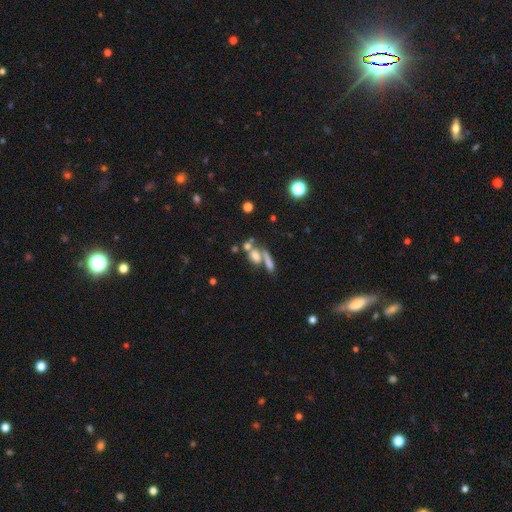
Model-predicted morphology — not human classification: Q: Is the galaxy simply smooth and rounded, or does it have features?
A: smooth — 64%.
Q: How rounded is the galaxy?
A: in between — 52%.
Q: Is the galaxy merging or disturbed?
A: merger — 43%.